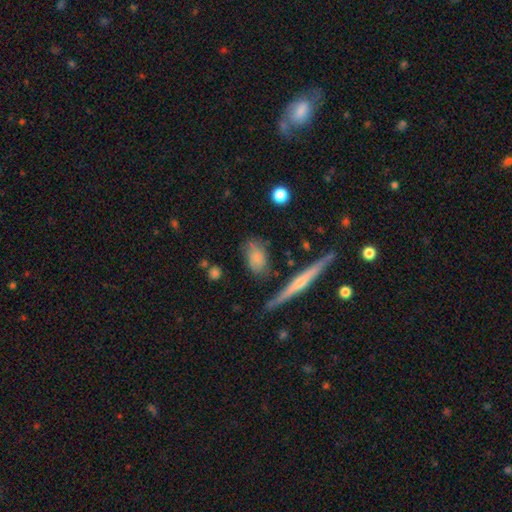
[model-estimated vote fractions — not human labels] Morphology: type=smooth (69%); roundness=in between (80%); merging=none (61%).